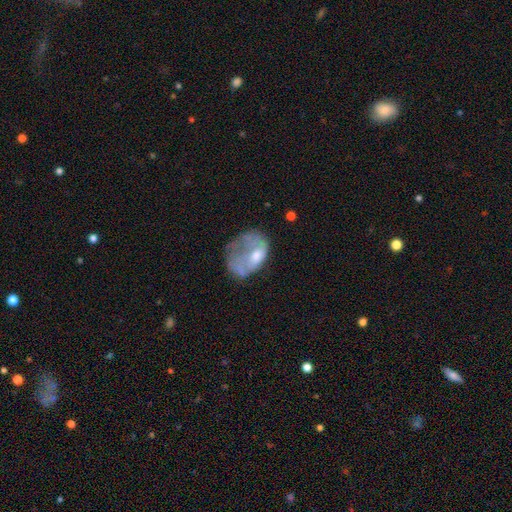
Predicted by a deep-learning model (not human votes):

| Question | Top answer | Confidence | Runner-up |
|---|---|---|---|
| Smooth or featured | smooth | 45% | featured or disk (44%) |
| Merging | major disturbance | 48% | minor disturbance (22%) |